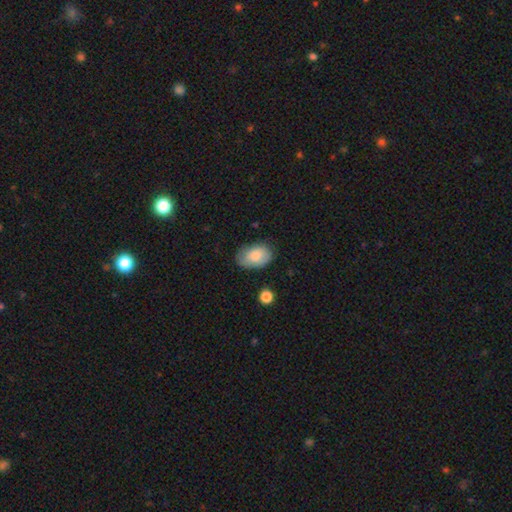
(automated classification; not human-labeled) A smooth galaxy with no disk features (78%) that is in between round and cigar-shaped (88%).

Vote fractions:
- Smooth or featured? smooth: 78% / featured or disk: 16% / star or artifact: 7%
- How rounded? in between: 88% / round: 11% / cigar-shaped: 1%
- Merging? none: 69% / minor disturbance: 24% / major disturbance: 5% / merger: 2%